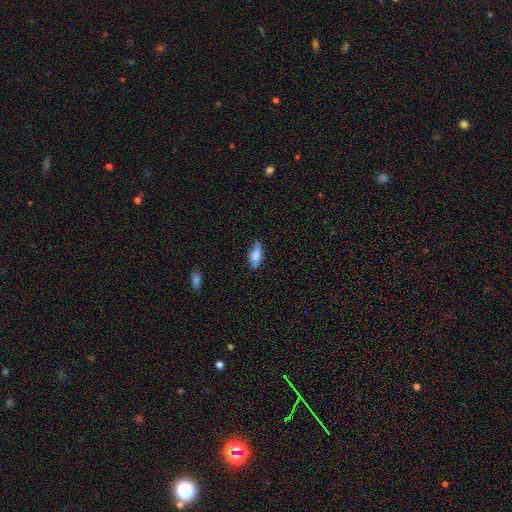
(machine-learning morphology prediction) smooth_or_featured: smooth (p=0.77) [alt: featured or disk p=0.16]
how_rounded: in between (p=0.71) [alt: cigar-shaped p=0.26]
merging: none (p=0.81) [alt: minor disturbance p=0.16]